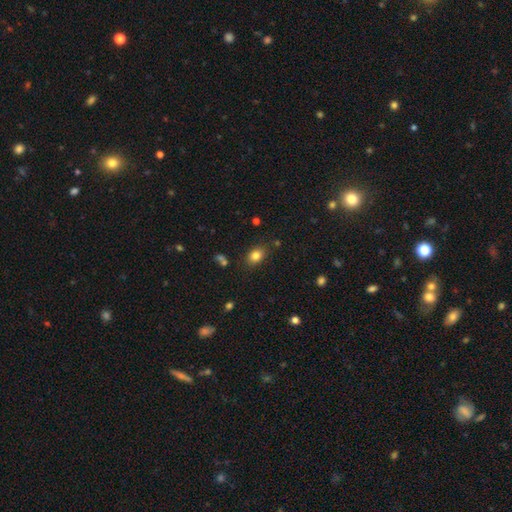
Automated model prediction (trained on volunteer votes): Morphology: type=smooth (82%); roundness=in between (70%); merging=none (82%).